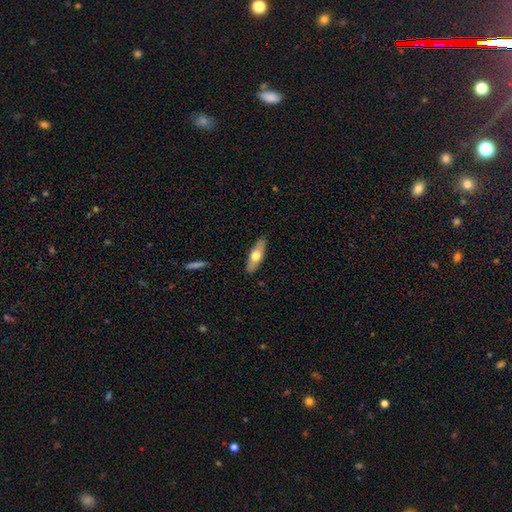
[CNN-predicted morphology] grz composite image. It shows a smooth galaxy with no disk features (57%) that is in between round and cigar-shaped (54%). Merging: none (88%).